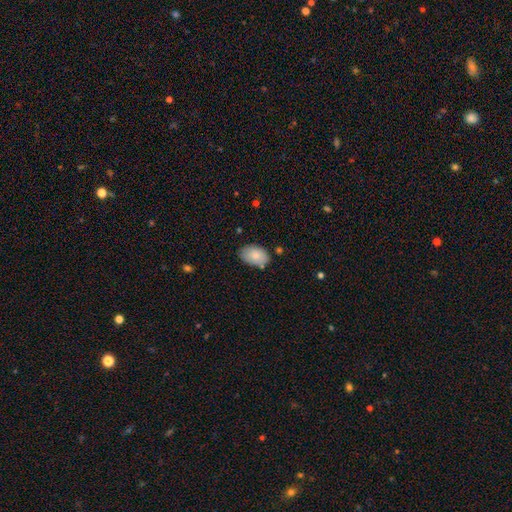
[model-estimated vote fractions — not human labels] A smooth galaxy with no disk features (83%) that is in between round and cigar-shaped (91%).

Vote fractions:
- Smooth or featured? smooth: 83% / featured or disk: 10% / star or artifact: 7%
- How rounded? in between: 91% / round: 8% / cigar-shaped: 1%
- Merging? none: 76% / minor disturbance: 17% / merger: 3% / major disturbance: 3%